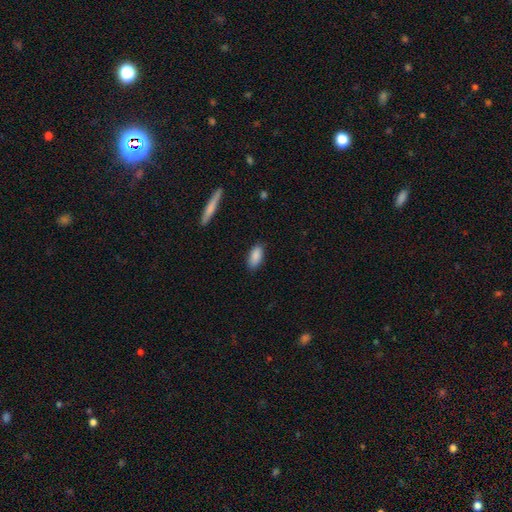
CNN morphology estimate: This is clearly a smooth galaxy (88%). How rounded: clearly in between (87%). Merging: clearly none (85%).